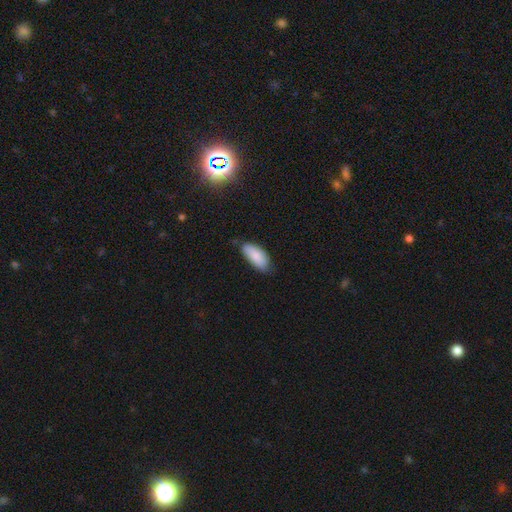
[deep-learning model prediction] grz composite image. It shows a smooth galaxy with no disk features (83%) that is in between round and cigar-shaped (84%). Merging: none (64%).